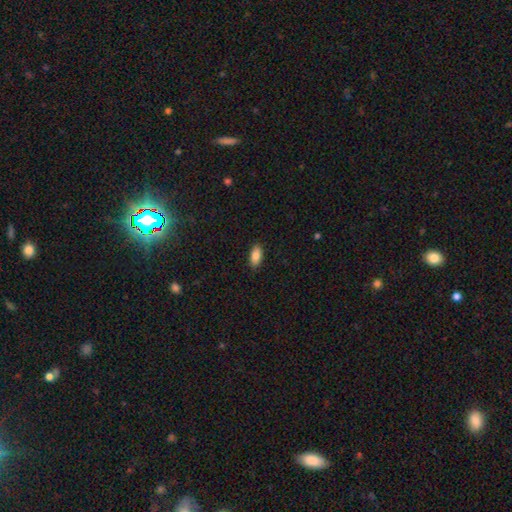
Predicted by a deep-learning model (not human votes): smooth-or-featured: smooth: 85% | featured or disk: 8% | star or artifact: 7%
  how-rounded: in between: 89% | cigar-shaped: 8% | round: 3%
  merging: none: 89% | minor disturbance: 9% | major disturbance: 2% | merger: 1%